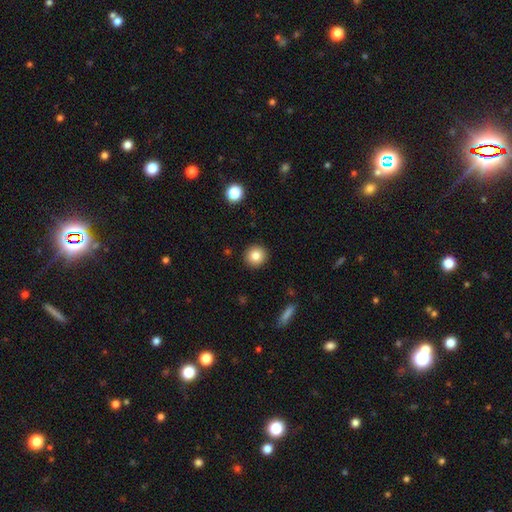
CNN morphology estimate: type=smooth (83%); roundness=round (94%); merging=none (92%).